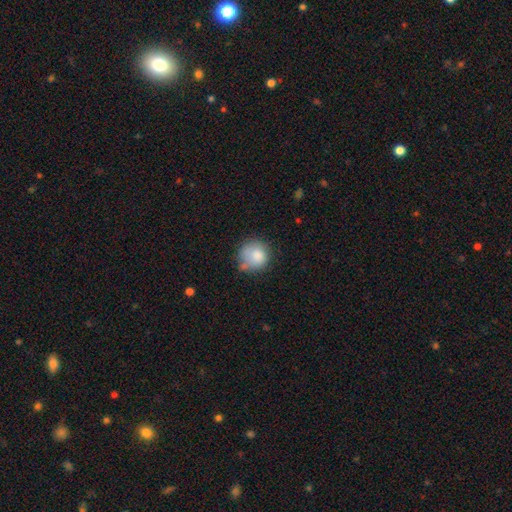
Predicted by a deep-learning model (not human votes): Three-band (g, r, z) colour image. It shows a smooth galaxy with no disk features (81%) that is round (87%). Merging: none (54%).